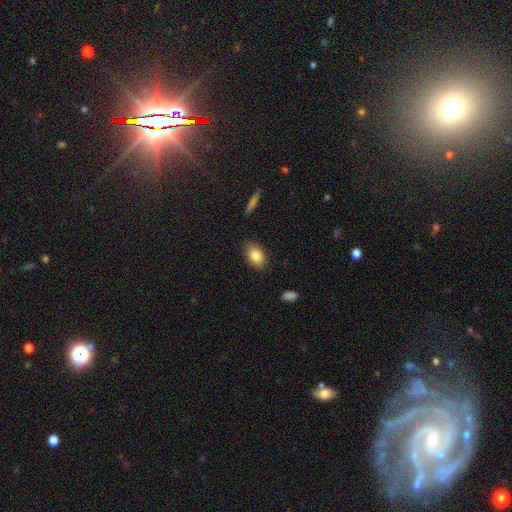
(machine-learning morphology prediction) type=smooth (83%); roundness=in between (81%); merging=none (85%).